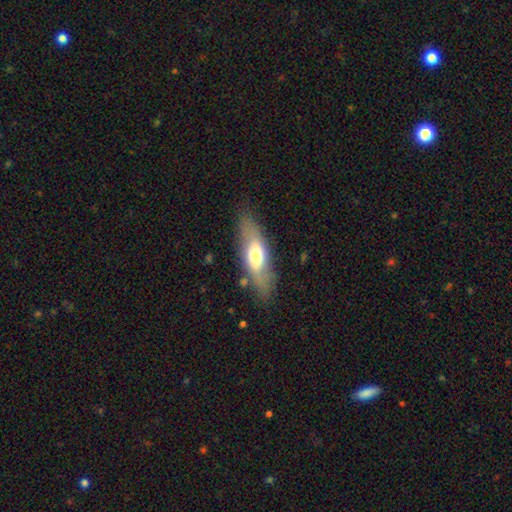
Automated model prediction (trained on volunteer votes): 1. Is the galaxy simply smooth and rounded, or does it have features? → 56% smooth, 38% featured or disk, 6% star or artifact.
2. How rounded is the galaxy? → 59% in between, 38% cigar-shaped, 3% round.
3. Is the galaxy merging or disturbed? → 77% none, 15% minor disturbance, 5% major disturbance, 2% merger.